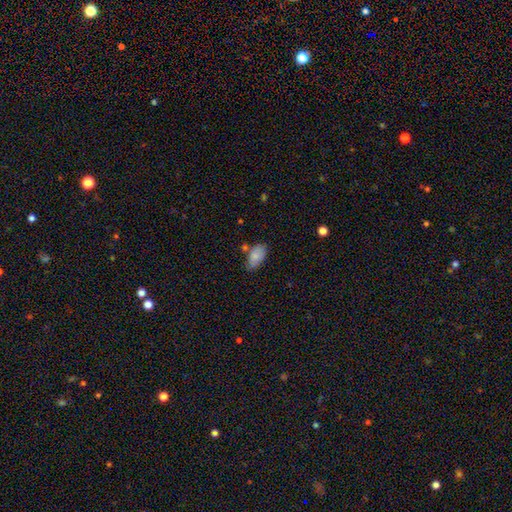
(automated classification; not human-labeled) Overall: smooth (80%). How rounded: in between (94%). Merging: none (62%; minor disturbance 25%).